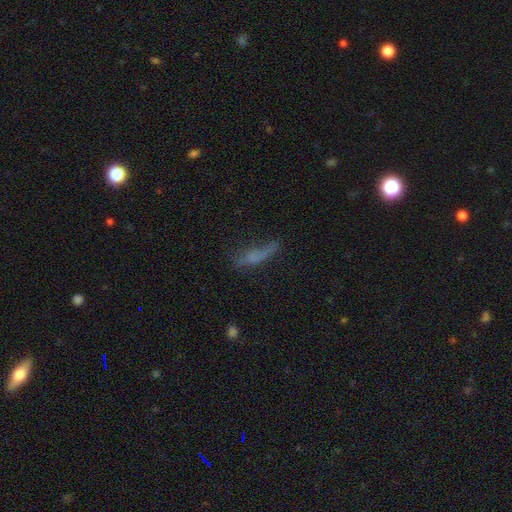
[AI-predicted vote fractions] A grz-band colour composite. It shows a smooth galaxy with no disk features (54%) that is cigar-shaped (66%). Merging: none (42%).